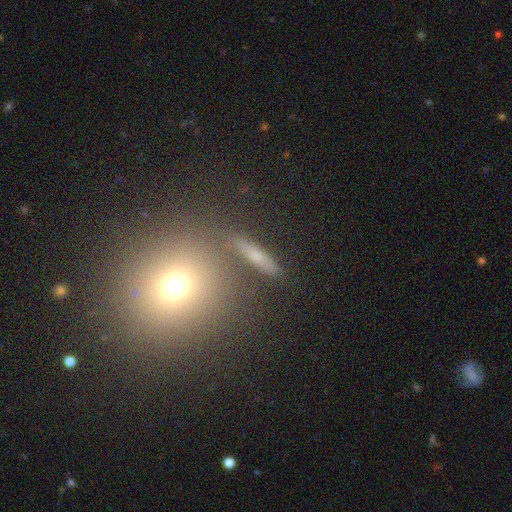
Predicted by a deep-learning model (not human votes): smooth-or-featured: smooth: 53% | featured or disk: 27% | star or artifact: 20%
  how-rounded: cigar-shaped: 54% | round: 24% | in between: 22%
  merging: none: 78% | minor disturbance: 10% | merger: 8% | major disturbance: 5%